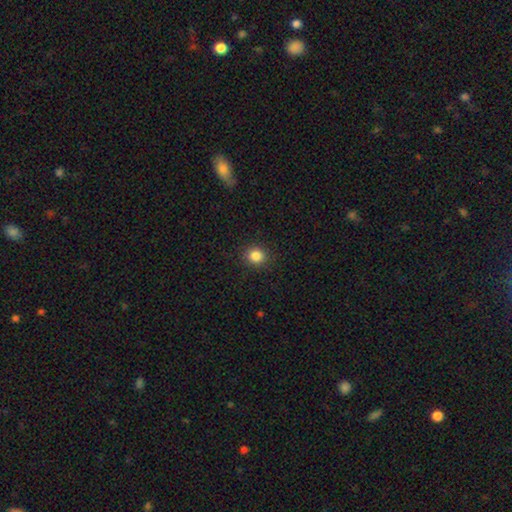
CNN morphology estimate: This is clearly a smooth galaxy (85%). How rounded: clearly round (81%). Merging: clearly none (91%).